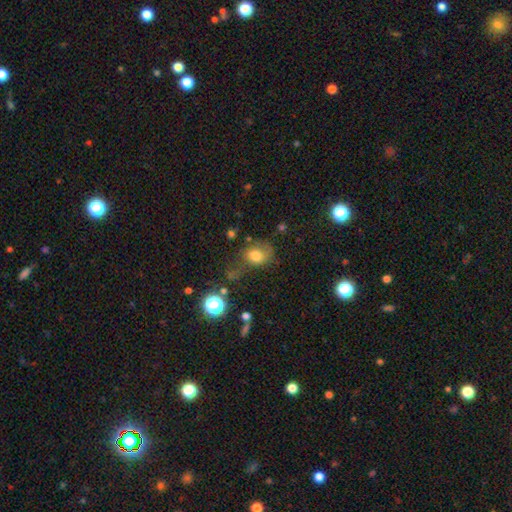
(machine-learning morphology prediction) Smooth or featured: smooth — 72% (featured or disk — 15%)
How rounded: in between — 55% (round — 43%)
Merging: none — 46% (minor disturbance — 26%)